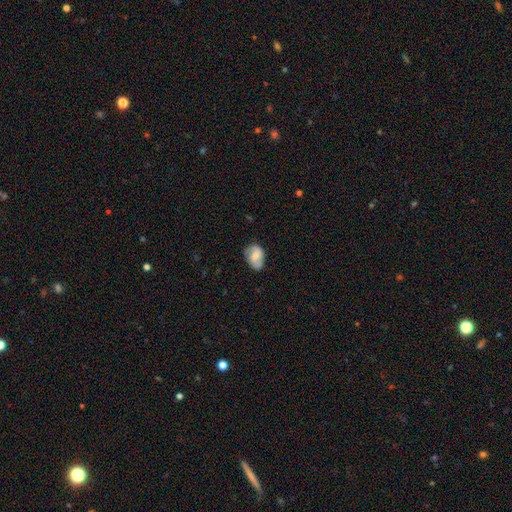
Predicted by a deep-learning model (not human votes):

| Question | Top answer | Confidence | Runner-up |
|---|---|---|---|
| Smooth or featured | smooth | 56% | featured or disk (37%) |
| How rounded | in between | 75% | round (24%) |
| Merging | none | 61% | minor disturbance (29%) |